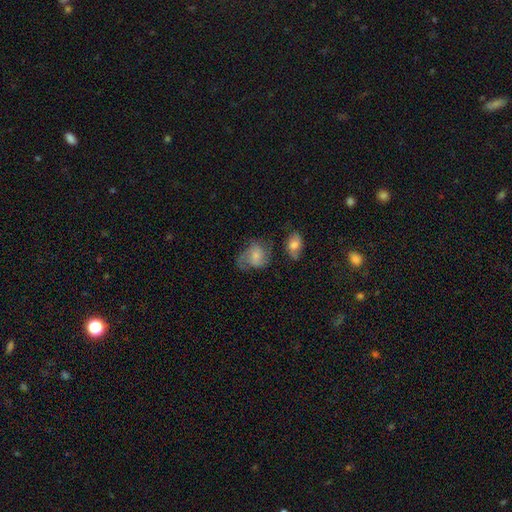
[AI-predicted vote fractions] Q: Smooth or featured?
A: smooth (48%); runner-up: featured or disk (44%)
Q: Merging?
A: none (39%); runner-up: minor disturbance (28%)